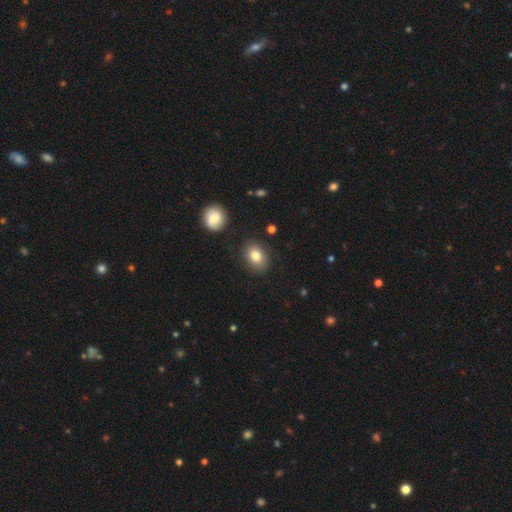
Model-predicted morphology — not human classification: Smooth or featured? smooth (81%)
How rounded? in between (67%)
Merging? none (84%)